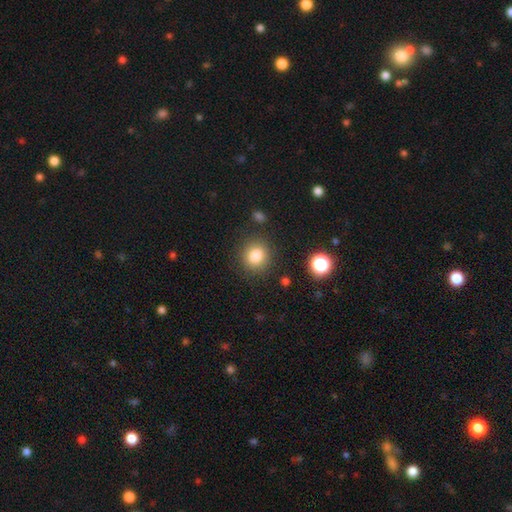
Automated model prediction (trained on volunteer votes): A smooth galaxy with no disk features (82%) that is round (84%).

Vote fractions:
- Smooth or featured? smooth: 82% / star or artifact: 12% / featured or disk: 7%
- How rounded? round: 84% / in between: 15% / cigar-shaped: 1%
- Merging? none: 86% / minor disturbance: 8% / major disturbance: 3% / merger: 2%